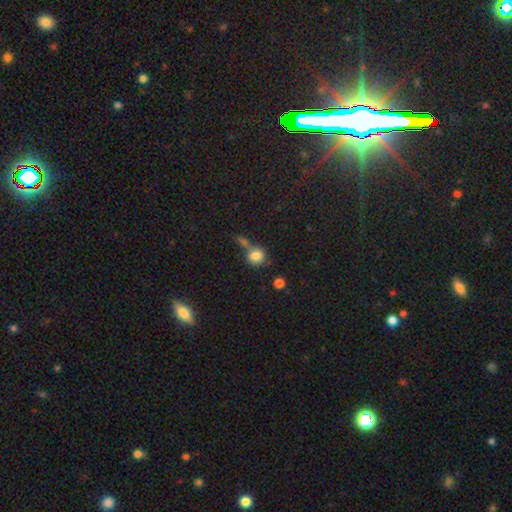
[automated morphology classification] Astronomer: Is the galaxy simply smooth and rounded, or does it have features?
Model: smooth — 81%.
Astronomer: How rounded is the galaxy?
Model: round — 77%.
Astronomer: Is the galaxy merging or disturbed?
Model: none — 45% (runner-up: merger, 32%).